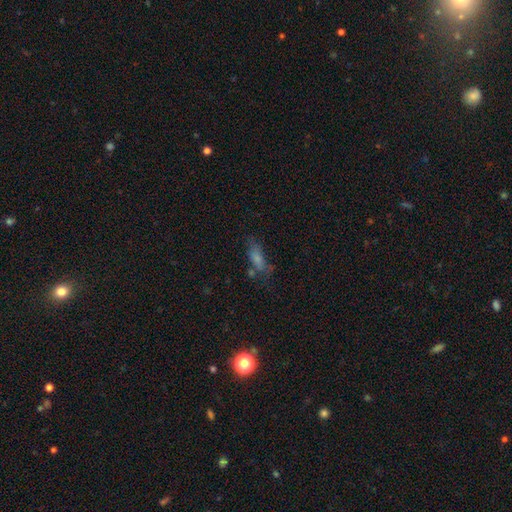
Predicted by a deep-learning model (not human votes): This is possibly a smooth galaxy (47%). Merging: possibly none (59%).